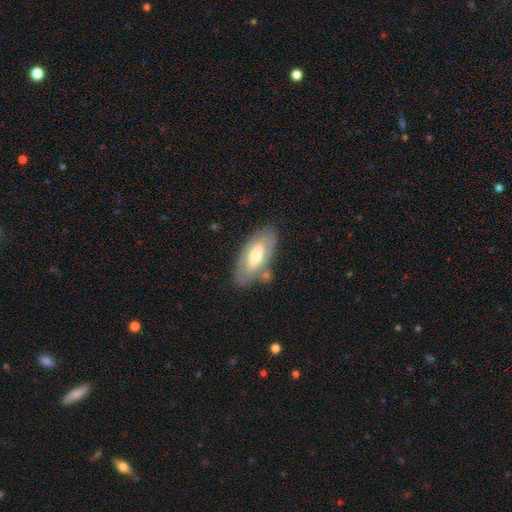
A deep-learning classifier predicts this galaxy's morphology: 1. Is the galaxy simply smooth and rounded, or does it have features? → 53% featured or disk, 41% smooth, 6% star or artifact.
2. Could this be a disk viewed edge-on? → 79% no, 21% yes.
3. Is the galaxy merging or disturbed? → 73% none, 17% minor disturbance, 5% merger, 5% major disturbance.